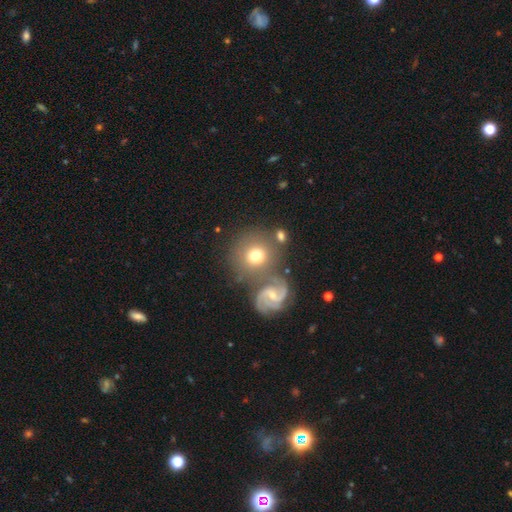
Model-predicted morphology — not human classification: The model was most divided on "smooth or featured": smooth: 57%, featured or disk: 34%, star or artifact: 9%. More confident: how rounded — round (87%); merging — none (63%).